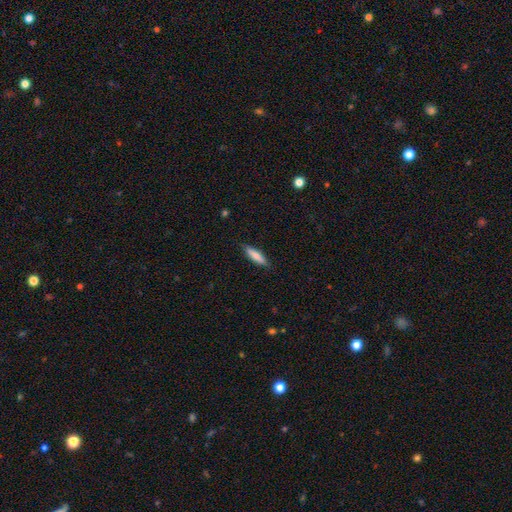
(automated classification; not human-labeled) This appears to be a smooth galaxy with no disk features (79%) that is cigar-shaped (72%). Merging: none (86%).